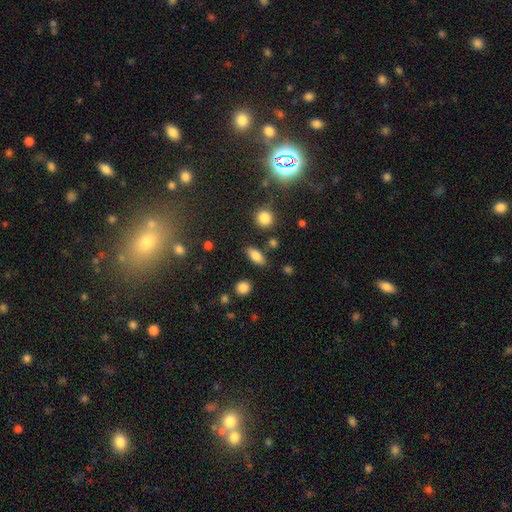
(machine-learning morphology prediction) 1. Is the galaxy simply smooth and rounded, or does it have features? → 80% smooth, 11% featured or disk, 9% star or artifact.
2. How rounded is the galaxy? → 79% in between, 15% cigar-shaped, 6% round.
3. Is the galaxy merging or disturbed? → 82% none, 11% minor disturbance, 4% merger, 3% major disturbance.